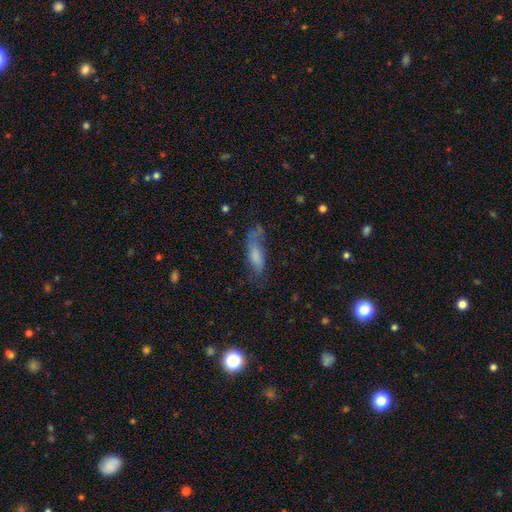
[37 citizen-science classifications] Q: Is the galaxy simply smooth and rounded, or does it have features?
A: smooth — 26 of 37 (70%).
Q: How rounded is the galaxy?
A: cigar-shaped — 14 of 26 (54%).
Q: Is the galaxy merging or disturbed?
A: none — 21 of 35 (60%).